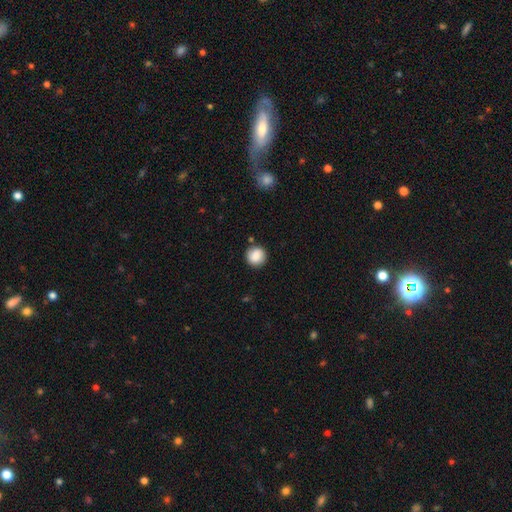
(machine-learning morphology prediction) Smooth or featured? Predicted: smooth (p=0.86). How rounded? Predicted: round (p=0.92). Merging? Predicted: none (p=0.86).